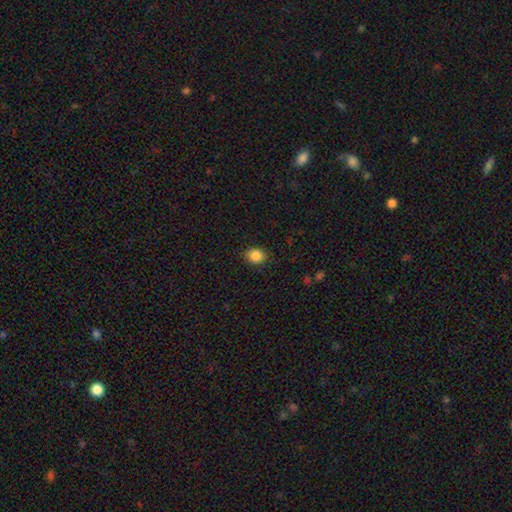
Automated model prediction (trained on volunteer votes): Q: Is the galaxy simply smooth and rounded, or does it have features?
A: smooth — 86%.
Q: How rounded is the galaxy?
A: round — 54%.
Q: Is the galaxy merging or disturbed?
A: none — 86%.